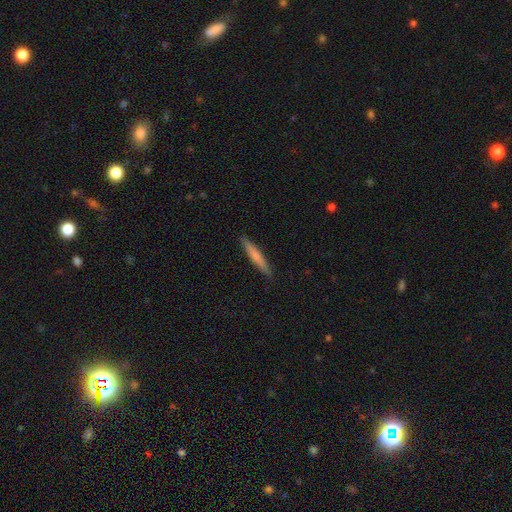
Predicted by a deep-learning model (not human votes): smooth 69%, featured or disk 26%, star or artifact 5%. Down the decision tree: how rounded — cigar-shaped (94%); merging — none (90%).